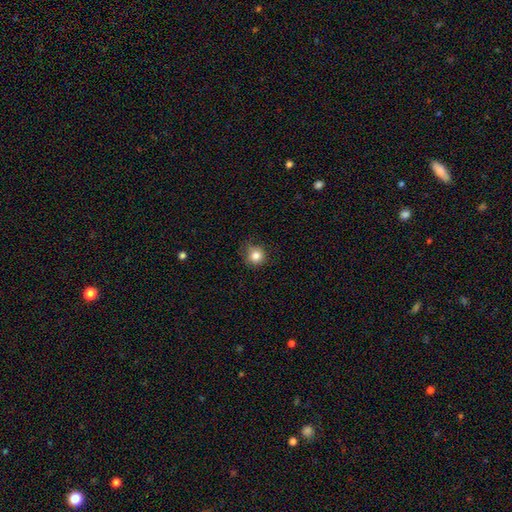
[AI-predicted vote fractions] The model was most divided on "merging": none: 76%, minor disturbance: 18%, major disturbance: 4%, merger: 1%. More confident: how rounded — round (91%); smooth or featured — smooth (83%).